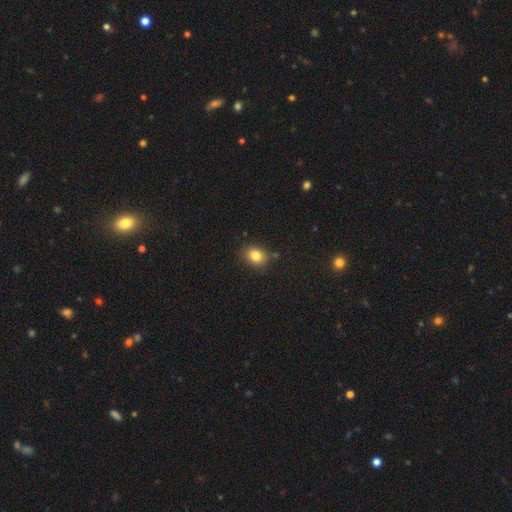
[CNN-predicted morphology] Smooth or featured: smooth — 81% (star or artifact — 11%)
How rounded: round — 54% (in between — 45%)
Merging: none — 80% (minor disturbance — 13%)